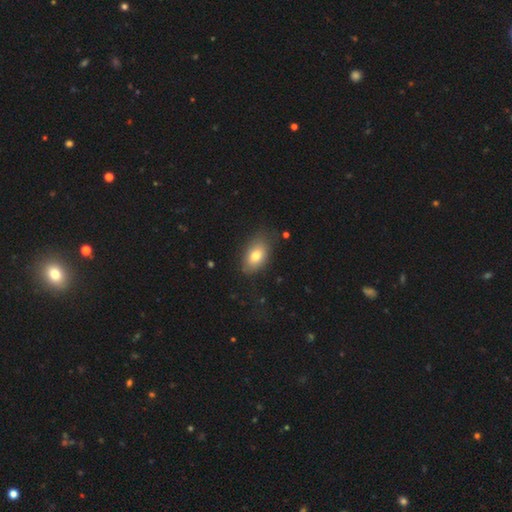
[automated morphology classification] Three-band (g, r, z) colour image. It shows a smooth galaxy with no disk features (78%) that is in between round and cigar-shaped (89%). Merging: none (75%).